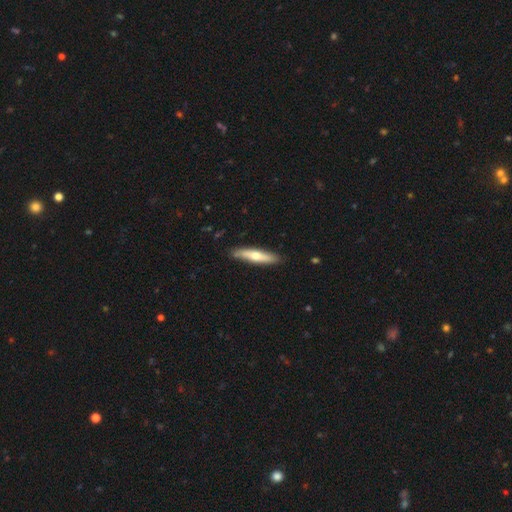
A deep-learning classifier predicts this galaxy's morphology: Smooth or featured? Predicted: smooth (p=0.53). How rounded? Predicted: cigar-shaped (p=0.84). Merging? Predicted: none (p=0.86).